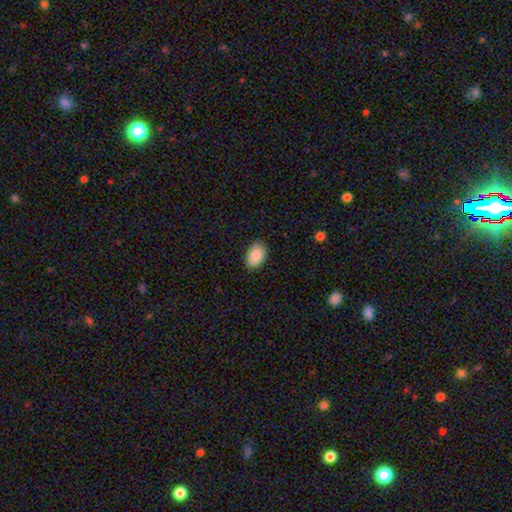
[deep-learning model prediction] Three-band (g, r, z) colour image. It shows a smooth galaxy with no disk features (88%) that is in between round and cigar-shaped (90%). Merging: none (86%).